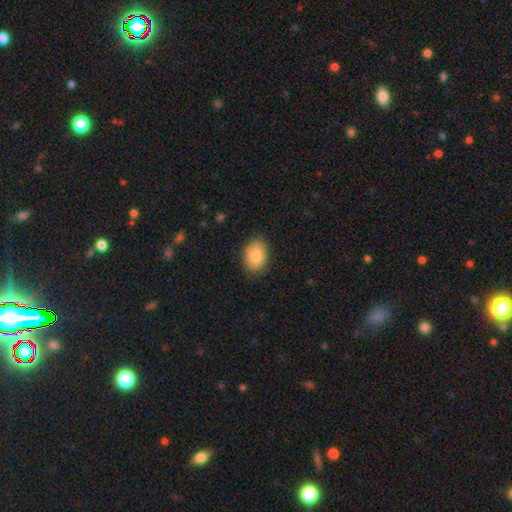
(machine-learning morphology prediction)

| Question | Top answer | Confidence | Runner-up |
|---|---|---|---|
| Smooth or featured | smooth | 85% | featured or disk (8%) |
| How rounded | in between | 77% | round (22%) |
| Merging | none | 82% | minor disturbance (14%) |